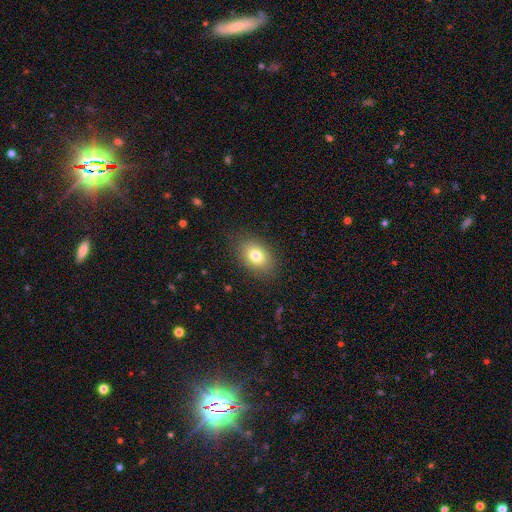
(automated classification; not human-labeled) This is likely a smooth galaxy (79%). How rounded: likely in between (79%). Merging: clearly none (85%).